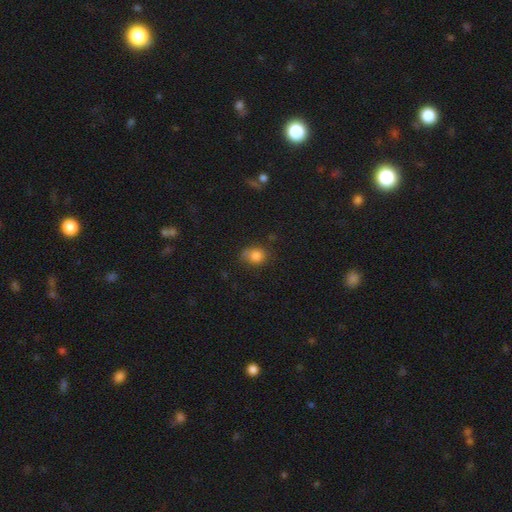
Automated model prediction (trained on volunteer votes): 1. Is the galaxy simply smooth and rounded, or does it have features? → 82% smooth, 11% star or artifact, 7% featured or disk.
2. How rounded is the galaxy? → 63% round, 36% in between, 1% cigar-shaped.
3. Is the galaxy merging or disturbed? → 59% none, 28% minor disturbance, 9% major disturbance, 4% merger.